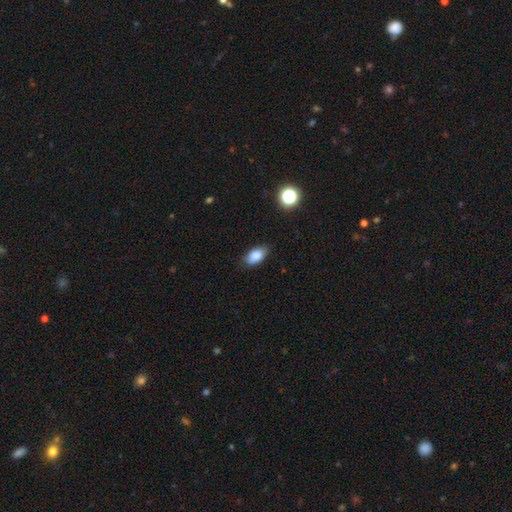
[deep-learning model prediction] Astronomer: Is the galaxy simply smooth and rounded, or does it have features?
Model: smooth — 85%.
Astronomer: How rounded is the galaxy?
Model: in between — 90%.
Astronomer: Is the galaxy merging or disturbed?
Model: none — 84%.